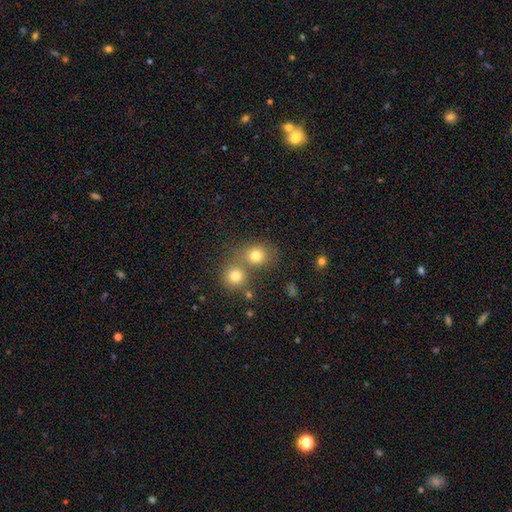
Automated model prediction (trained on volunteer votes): Smooth or featured? smooth (79%)
How rounded? round (78%)
Merging? none (51%)